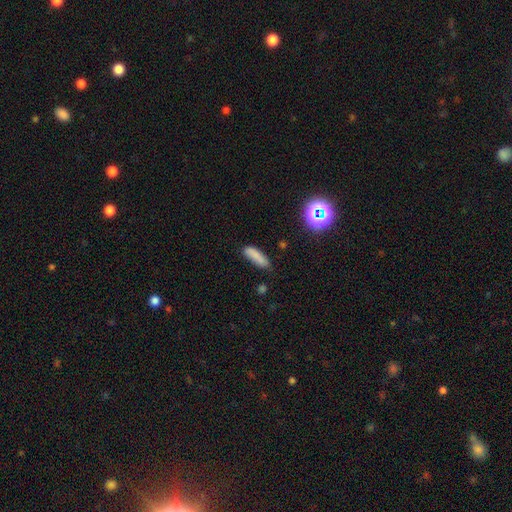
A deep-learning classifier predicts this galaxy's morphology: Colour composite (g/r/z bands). It shows a smooth galaxy with no disk features (82%) that is cigar-shaped (54%). Merging: none (72%).